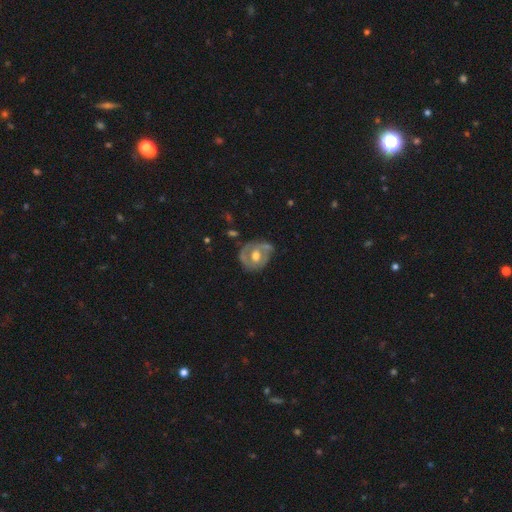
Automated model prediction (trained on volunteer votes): This appears to be a featured or disk galaxy (63%) with no bar (65%), spiral arms (51%) and a moderate central bulge (71%). Merging: none (59%).